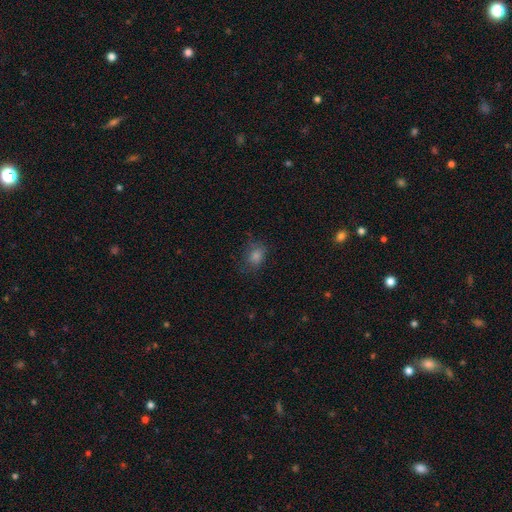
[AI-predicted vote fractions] The model was most divided on "how rounded": round: 53%, in between: 46%, cigar-shaped: 1%. More confident: smooth or featured — smooth (75%); merging — none (74%).